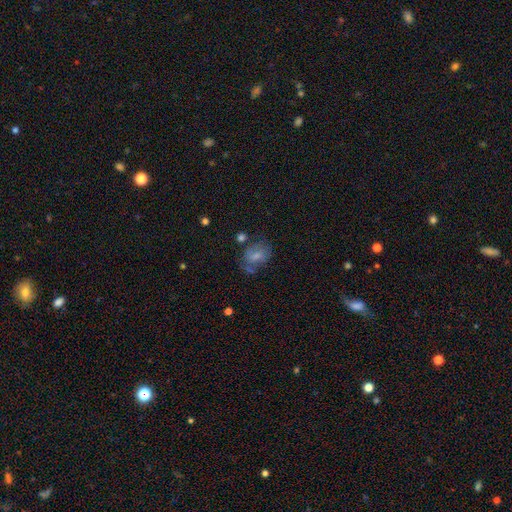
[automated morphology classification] smooth_or_featured: smooth (p=0.64) [alt: featured or disk p=0.26]
how_rounded: in between (p=0.68) [alt: round p=0.31]
merging: none (p=0.47) [alt: minor disturbance p=0.26]